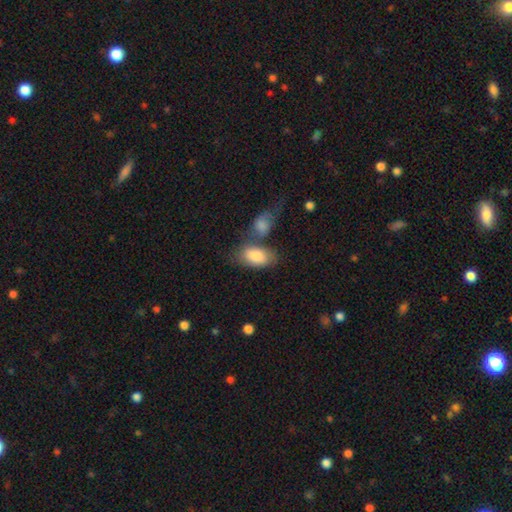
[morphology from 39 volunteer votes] Smooth or featured?
  - smooth: 77% *
  - featured or disk: 21%
  - star or artifact: 3%
How rounded?
  - in between: 90% *
  - round: 7%
  - cigar-shaped: 3%
Merging?
  - none: 50% *
  - merger: 26%
  - major disturbance: 13%
  - minor disturbance: 11%